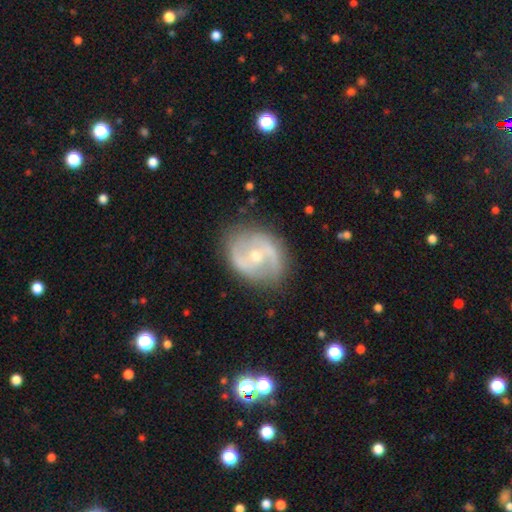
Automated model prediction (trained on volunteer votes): Smooth or featured? featured or disk (81%)
Edge-on disk? no (97%)
Bar? no (42%)
Spiral arms? yes (88%)
Spiral winding? medium (48%)
Spiral arm count? 2 (86%)
Bulge size? small (52%)
Merging? none (79%)